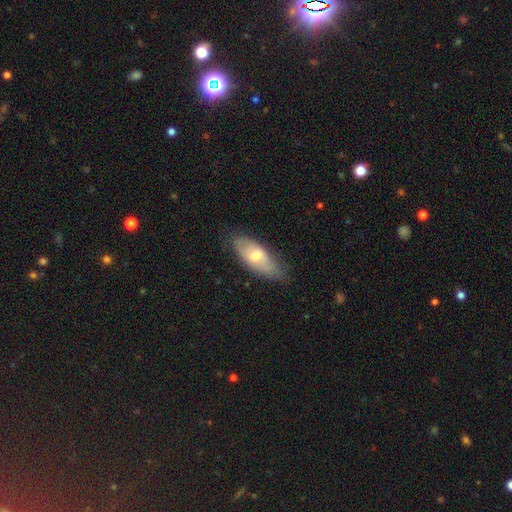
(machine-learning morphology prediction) A smooth galaxy with no disk features (56%) that is in between round and cigar-shaped (82%). Merging: none (70%).